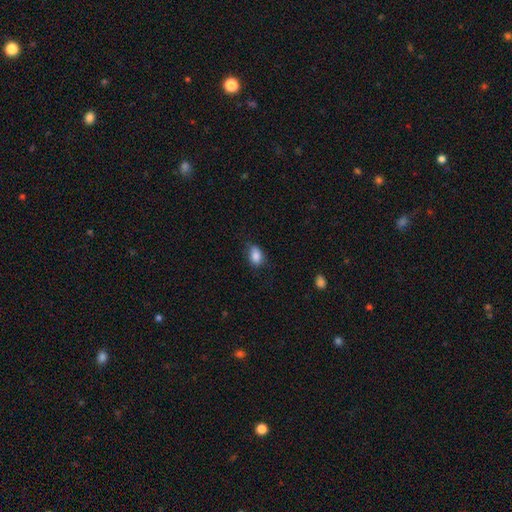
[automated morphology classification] Smooth or featured? Predicted: smooth (p=0.86). How rounded? Predicted: in between (p=0.83). Merging? Predicted: none (p=0.70).